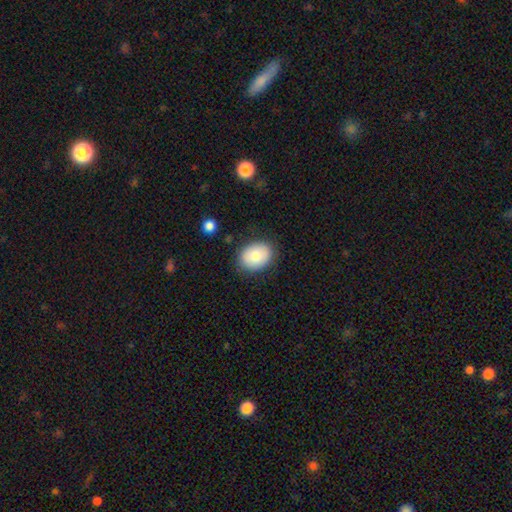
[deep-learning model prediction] Smooth or featured: smooth — 79% (featured or disk — 14%)
How rounded: in between — 59% (round — 40%)
Merging: none — 84% (minor disturbance — 11%)